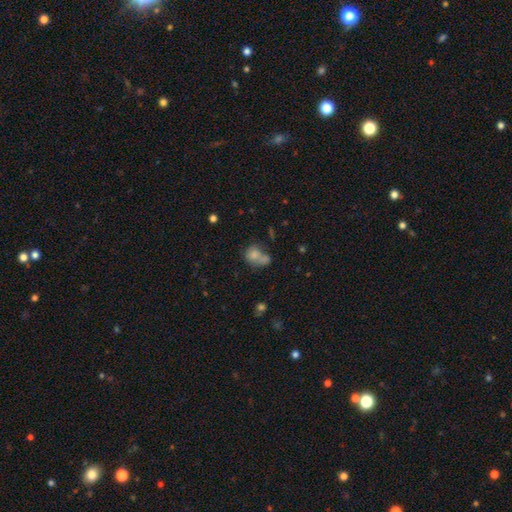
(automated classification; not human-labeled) smooth 74%, featured or disk 15%, star or artifact 11%. Down the decision tree: how rounded — in between (53%); merging — merger (51%).